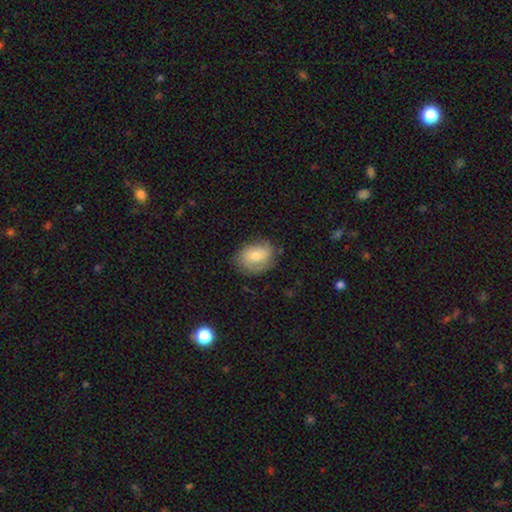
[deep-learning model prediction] smooth-or-featured: smooth: 60% | featured or disk: 31% | star or artifact: 8%
  how-rounded: in between: 63% | round: 36% | cigar-shaped: 1%
  merging: none: 70% | minor disturbance: 22% | major disturbance: 6% | merger: 1%